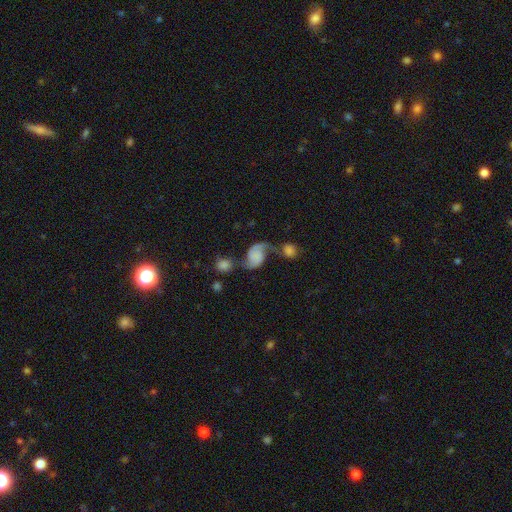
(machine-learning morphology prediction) Smooth or featured: featured or disk — 62% (smooth — 30%)
Edge-on disk: no — 97% (yes — 3%)
Bar: no — 71% (weak — 23%)
Spiral arms: yes — 90% (no — 10%)
Spiral winding: loose — 67% (medium — 25%)
Spiral arm count: 2 — 87% (1 — 7%)
Bulge size: none — 60% (small — 16%)
Merging: merger — 42% (none — 27%)